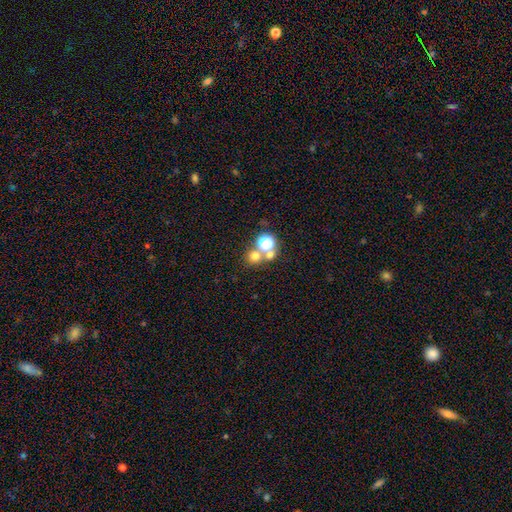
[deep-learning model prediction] The model was most divided on "merging": none: 58%, merger: 33%, minor disturbance: 6%, major disturbance: 4%. More confident: how rounded — round (88%); smooth or featured — smooth (65%).